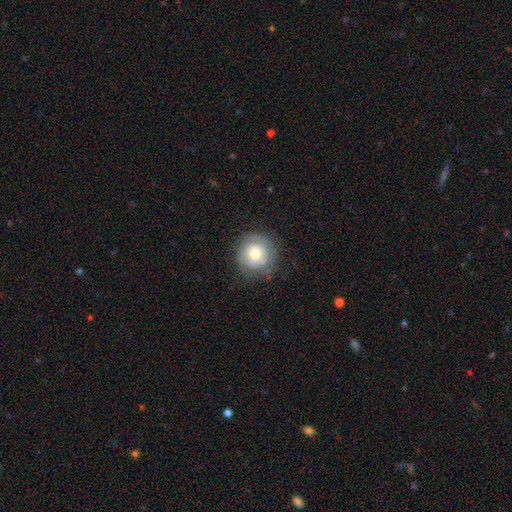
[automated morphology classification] Smooth or featured: smooth — 53% (featured or disk — 39%)
How rounded: round — 92% (in between — 7%)
Merging: none — 71% (minor disturbance — 19%)